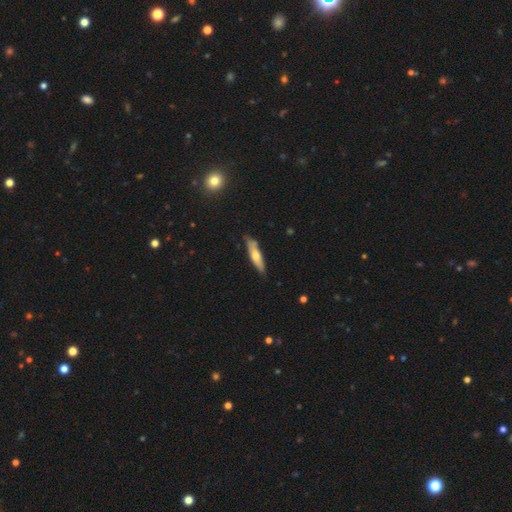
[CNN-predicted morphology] This is possibly a smooth galaxy (54%). How rounded: likely cigar-shaped (76%). Merging: likely none (79%).